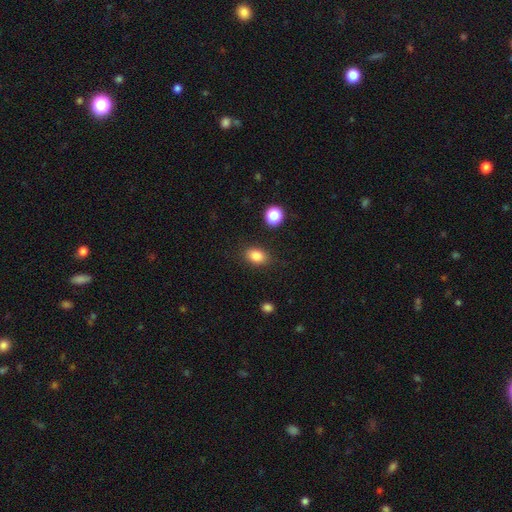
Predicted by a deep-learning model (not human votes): A smooth galaxy with no disk features (84%) that is in between round and cigar-shaped (77%). Merging: none (85%).